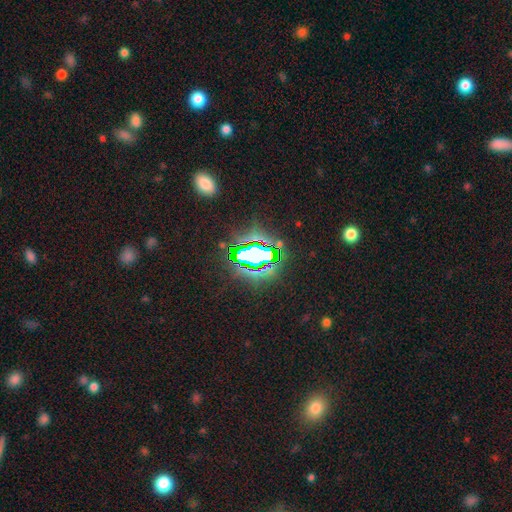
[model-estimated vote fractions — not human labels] star or artifact 69%, smooth 18%, featured or disk 13%.